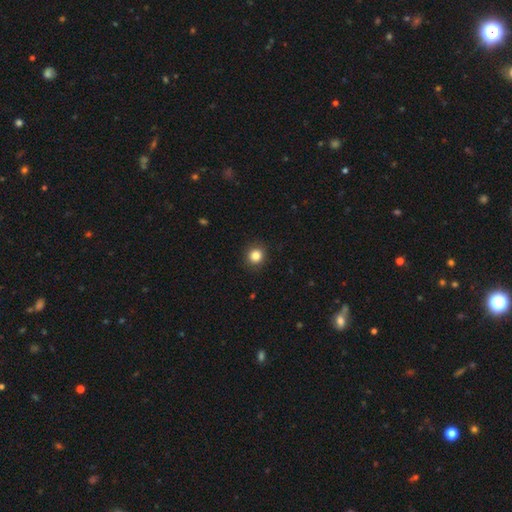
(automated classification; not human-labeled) Smooth or featured?
  - smooth: 84% *
  - star or artifact: 11%
  - featured or disk: 5%
How rounded?
  - round: 88% *
  - in between: 11%
  - cigar-shaped: 1%
Merging?
  - none: 90% *
  - minor disturbance: 7%
  - major disturbance: 2%
  - merger: 1%